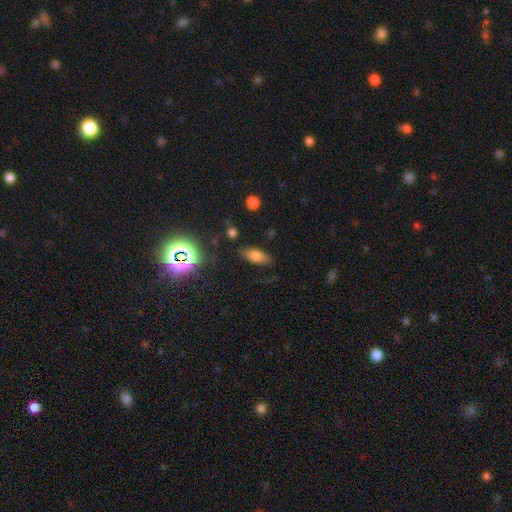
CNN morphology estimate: Smooth or featured?
  - smooth: 71% *
  - featured or disk: 15%
  - star or artifact: 14%
How rounded?
  - in between: 83% *
  - cigar-shaped: 13%
  - round: 4%
Merging?
  - none: 77% *
  - minor disturbance: 16%
  - major disturbance: 5%
  - merger: 2%